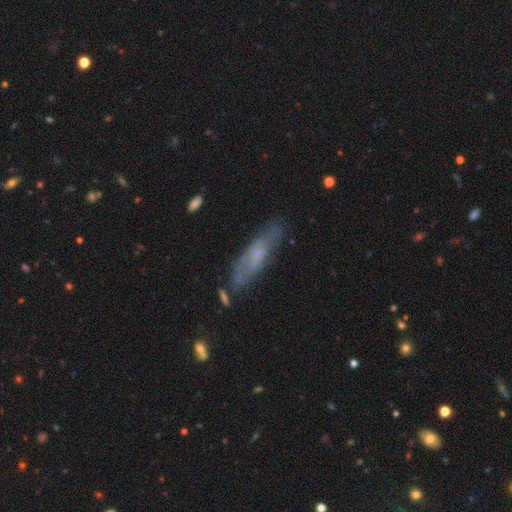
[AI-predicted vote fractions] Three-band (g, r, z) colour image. It shows a featured or disk galaxy (50%). Merging: none (69%).